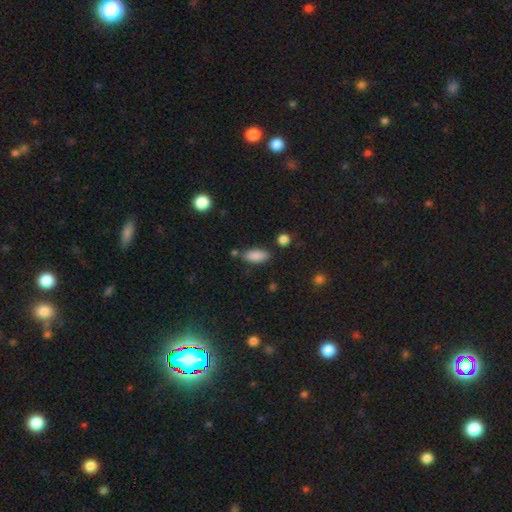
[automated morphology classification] smooth-or-featured: smooth: 88% | star or artifact: 7% | featured or disk: 5%
  how-rounded: in between: 84% | cigar-shaped: 14% | round: 3%
  merging: none: 80% | minor disturbance: 12% | merger: 5% | major disturbance: 3%